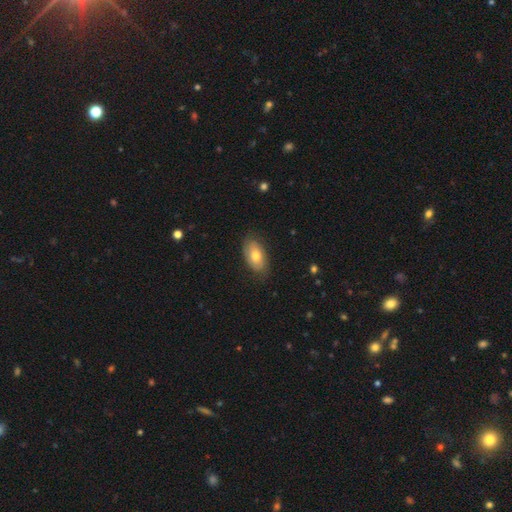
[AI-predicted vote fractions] Smooth or featured: smooth — 59% (featured or disk — 34%)
How rounded: in between — 92% (round — 5%)
Merging: none — 76% (minor disturbance — 18%)